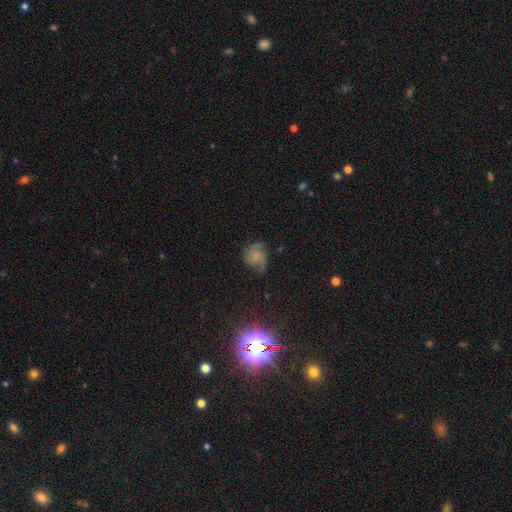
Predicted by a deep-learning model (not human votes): The model was most divided on "spiral arm count": 3: 37%, 2: 30%, can't tell: 17%, 4: 6%, 1: 6%, more than 4: 4%. Remaining: edge-on disk — no (98%); spiral arms — yes (91%); bar — no (78%); smooth or featured — featured or disk (59%); merging — none (58%); bulge size — small (53%); spiral winding — medium (46%).